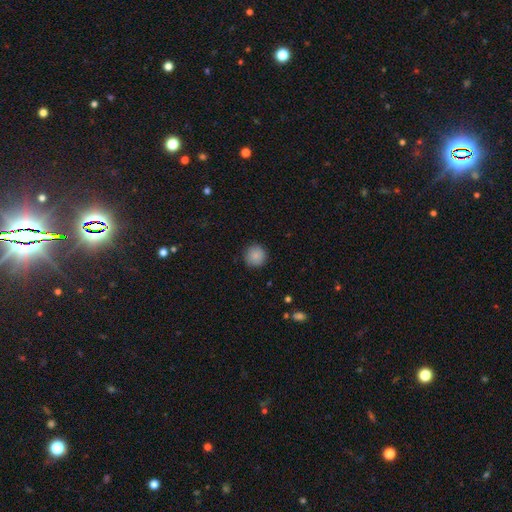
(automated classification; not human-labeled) Smooth or featured?
  - smooth: 87% *
  - star or artifact: 8%
  - featured or disk: 5%
How rounded?
  - round: 95% *
  - in between: 4%
  - cigar-shaped: 1%
Merging?
  - none: 89% *
  - minor disturbance: 8%
  - major disturbance: 2%
  - merger: 1%